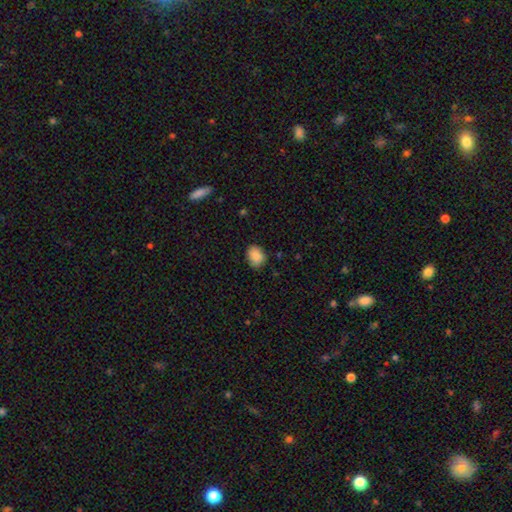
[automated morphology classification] Smooth or featured? Predicted: smooth (p=0.88). How rounded? Predicted: in between (p=0.59). Merging? Predicted: none (p=0.80).